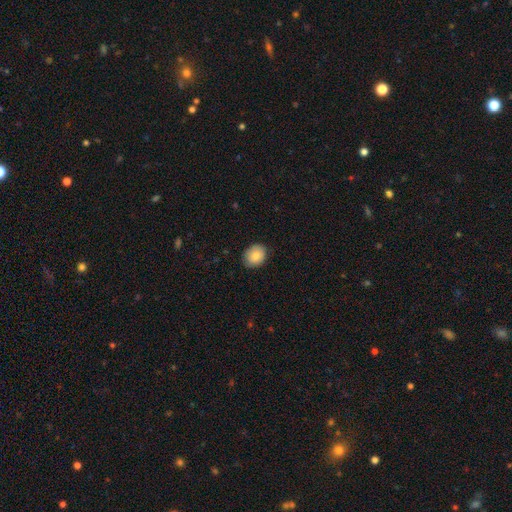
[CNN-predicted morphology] Smooth or featured?
  - smooth: 86% *
  - featured or disk: 7%
  - star or artifact: 7%
How rounded?
  - round: 50% *
  - in between: 49%
  - cigar-shaped: 1%
Merging?
  - none: 85% *
  - minor disturbance: 12%
  - major disturbance: 2%
  - merger: 1%